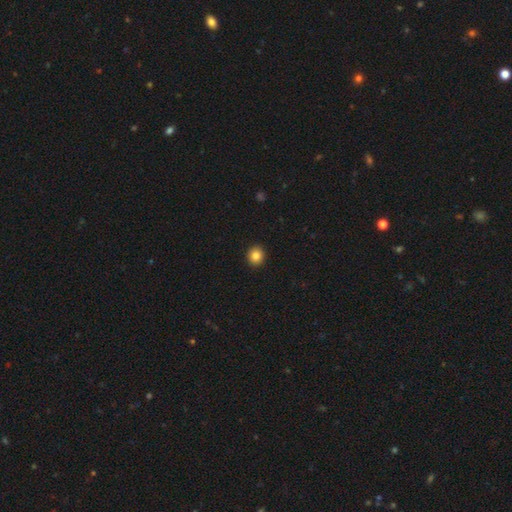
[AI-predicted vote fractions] A smooth galaxy with no disk features (85%) that is round (82%).

Vote fractions:
- Smooth or featured? smooth: 85% / star or artifact: 10% / featured or disk: 5%
- How rounded? round: 82% / in between: 18% / cigar-shaped: 1%
- Merging? none: 93% / minor disturbance: 5% / major disturbance: 2% / merger: 1%